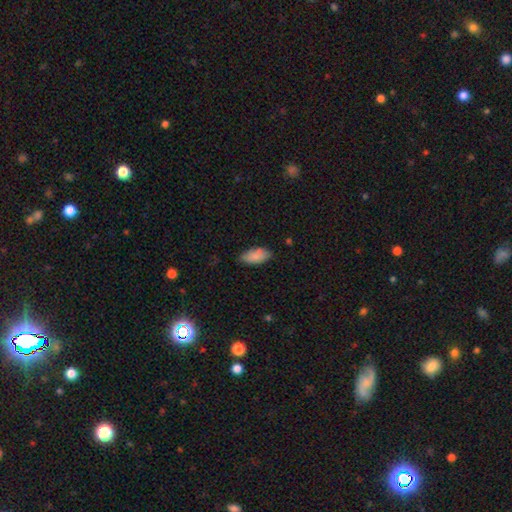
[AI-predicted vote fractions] Smooth or featured? Predicted: smooth (p=0.86). How rounded? Predicted: in between (p=0.90). Merging? Predicted: none (p=0.76).